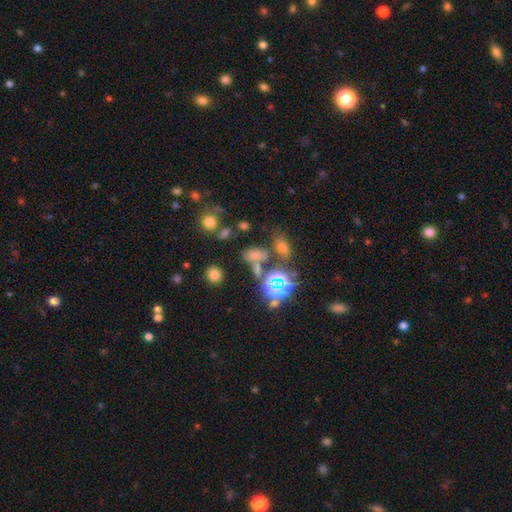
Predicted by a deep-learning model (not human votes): smooth 55%, star or artifact 33%, featured or disk 12%. Down the decision tree: how rounded — in between (78%); merging — none (48%).